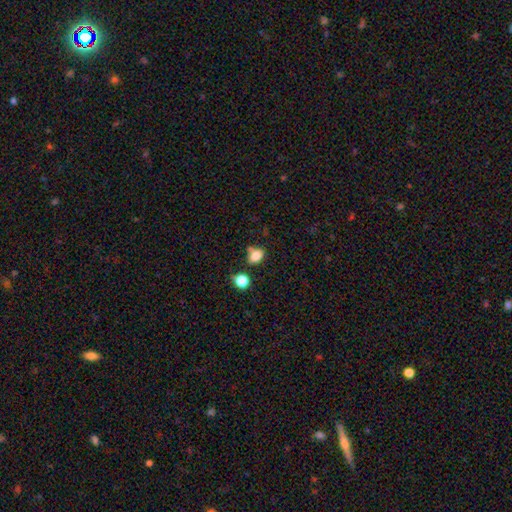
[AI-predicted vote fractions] Morphology: type=smooth (81%); roundness=in between (72%); merging=none (58%).